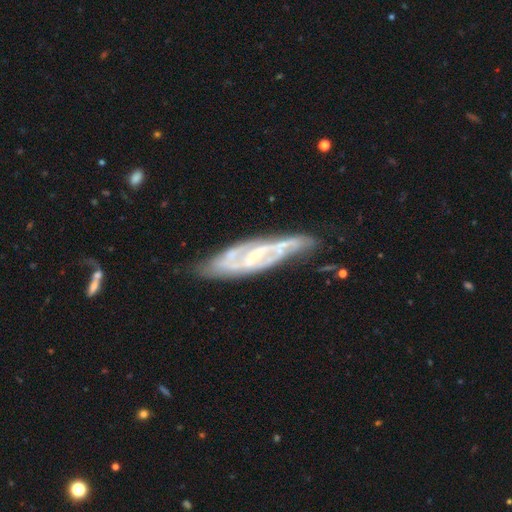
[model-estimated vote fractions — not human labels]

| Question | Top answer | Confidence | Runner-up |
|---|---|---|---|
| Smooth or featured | featured or disk | 84% | smooth (10%) |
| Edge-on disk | no | 77% | yes (23%) |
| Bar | strong | 39% | weak (37%) |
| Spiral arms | yes | 90% | no (10%) |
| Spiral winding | medium | 44% | tight (41%) |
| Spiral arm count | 2 | 62% | can't tell (20%) |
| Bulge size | small | 59% | moderate (21%) |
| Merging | none | 65% | minor disturbance (22%) |